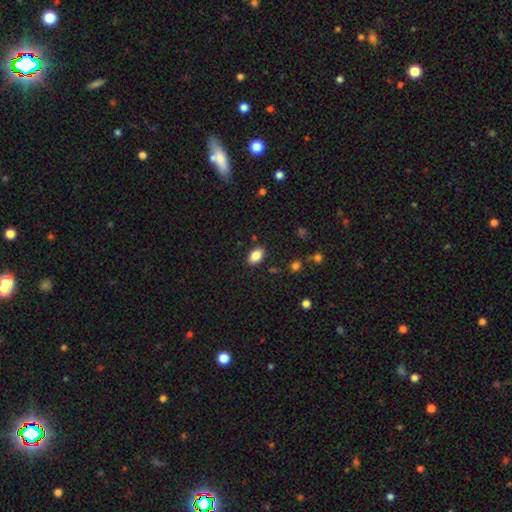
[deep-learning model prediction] This appears to be a smooth galaxy with no disk features (86%) that is in between round and cigar-shaped (88%). Merging: none (87%).